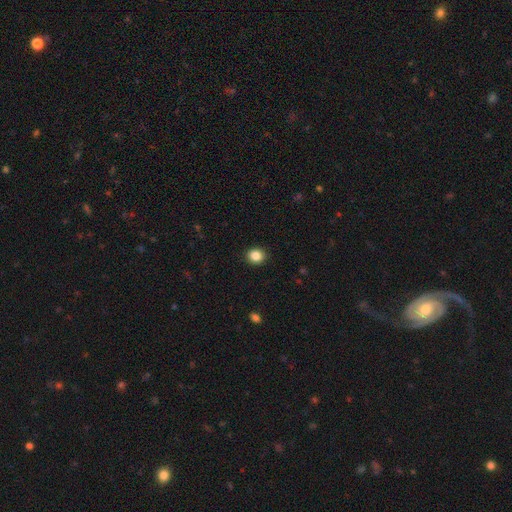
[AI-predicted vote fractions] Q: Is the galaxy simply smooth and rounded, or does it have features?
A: smooth — 86%.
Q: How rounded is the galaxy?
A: round — 79%.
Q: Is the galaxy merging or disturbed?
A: none — 92%.